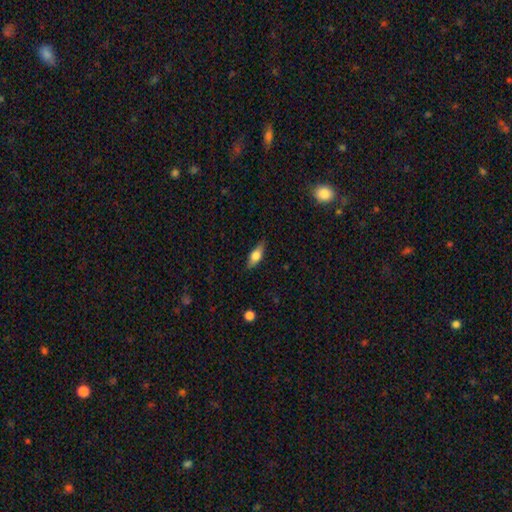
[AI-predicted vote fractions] A smooth galaxy with no disk features (62%) that is in between round and cigar-shaped (67%).

Vote fractions:
- Smooth or featured? smooth: 62% / featured or disk: 31% / star or artifact: 7%
- How rounded? in between: 67% / cigar-shaped: 30% / round: 4%
- Merging? none: 83% / minor disturbance: 13% / major disturbance: 3% / merger: 1%